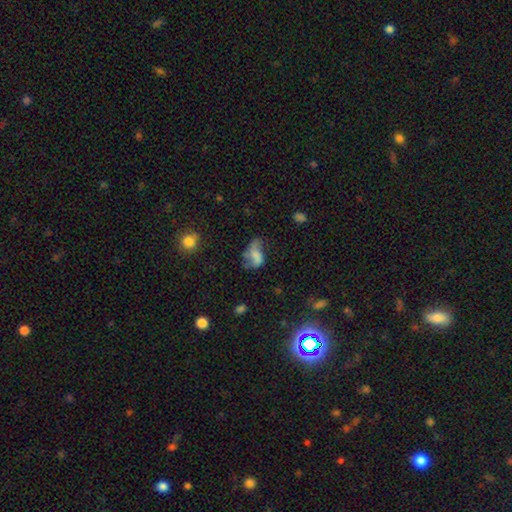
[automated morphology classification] Smooth or featured? Predicted: smooth (p=0.49). Merging? Predicted: major disturbance (p=0.35).